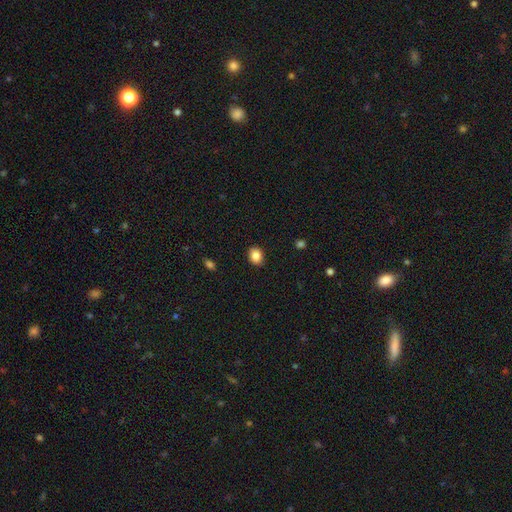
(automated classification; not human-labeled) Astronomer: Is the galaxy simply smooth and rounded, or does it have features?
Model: smooth — 86%.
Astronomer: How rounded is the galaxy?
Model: in between — 50% (runner-up: round, 49%).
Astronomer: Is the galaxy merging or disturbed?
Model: none — 90%.